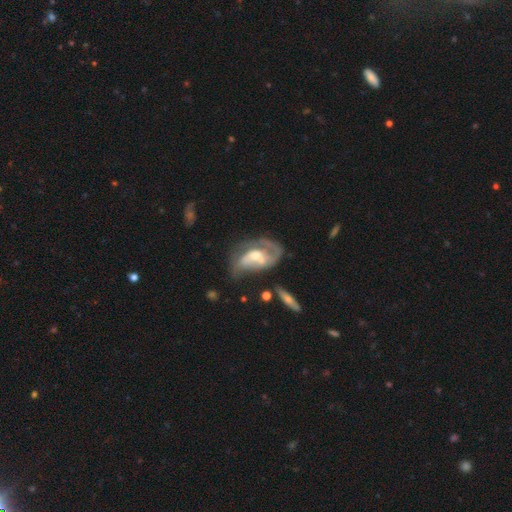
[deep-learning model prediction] The model was most divided on "spiral arm count": 1: 37%, 2: 35%, can't tell: 22%, 3: 4%, 4: 1%, more than 4: 1%. Remaining: edge-on disk — no (95%); spiral arms — yes (76%); smooth or featured — featured or disk (74%); bar — no (54%); bulge size — moderate (54%); spiral winding — medium (39%); merging — major disturbance (35%).